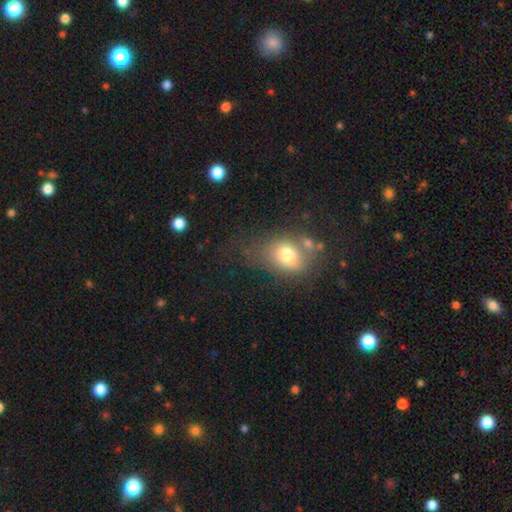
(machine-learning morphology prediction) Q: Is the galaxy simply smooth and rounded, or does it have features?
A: smooth — 64%.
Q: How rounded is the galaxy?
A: in between — 58%.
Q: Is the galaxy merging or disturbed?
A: none — 54%.